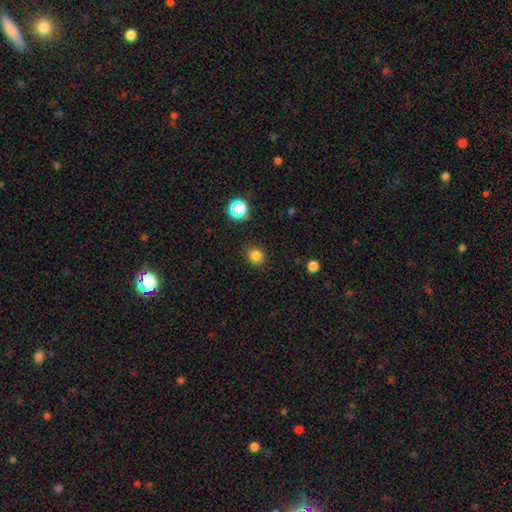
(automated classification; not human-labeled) smooth_or_featured: smooth (p=0.81) [alt: star or artifact p=0.15]
how_rounded: round (p=0.89) [alt: in between p=0.10]
merging: none (p=0.90) [alt: minor disturbance p=0.07]